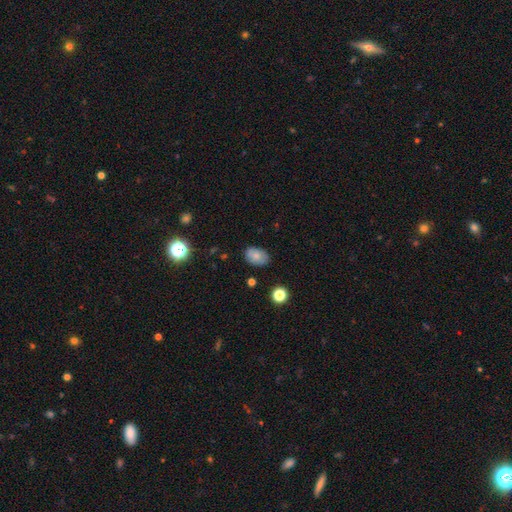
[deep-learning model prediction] Q: Smooth or featured?
A: smooth (78%); runner-up: featured or disk (12%)
Q: How rounded?
A: in between (82%); runner-up: round (17%)
Q: Merging?
A: none (81%); runner-up: minor disturbance (15%)